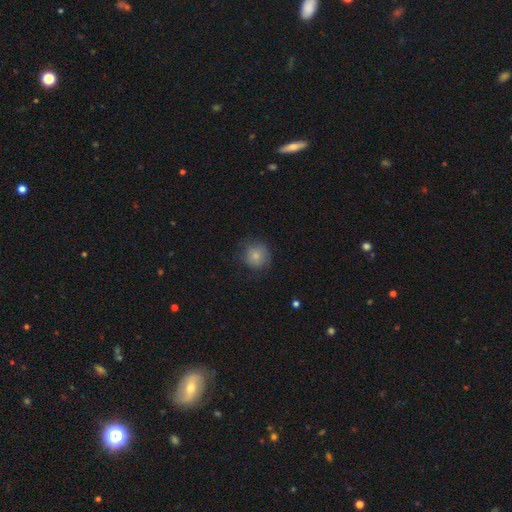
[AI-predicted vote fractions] Morphology: type=smooth (79%); roundness=round (91%); merging=none (76%).